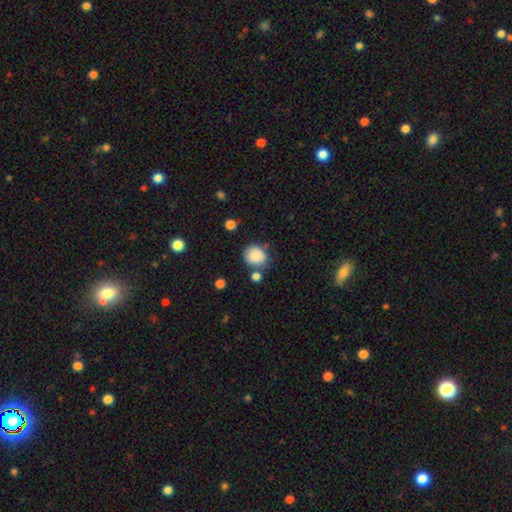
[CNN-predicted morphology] type=smooth (85%); roundness=round (77%); merging=none (67%).